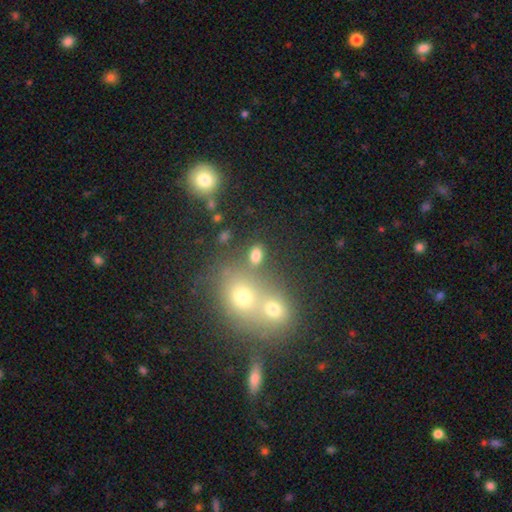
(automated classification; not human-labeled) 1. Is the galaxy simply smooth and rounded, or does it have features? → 76% smooth, 15% star or artifact, 9% featured or disk.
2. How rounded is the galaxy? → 74% in between, 23% round, 2% cigar-shaped.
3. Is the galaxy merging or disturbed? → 65% none, 19% merger, 11% minor disturbance, 5% major disturbance.